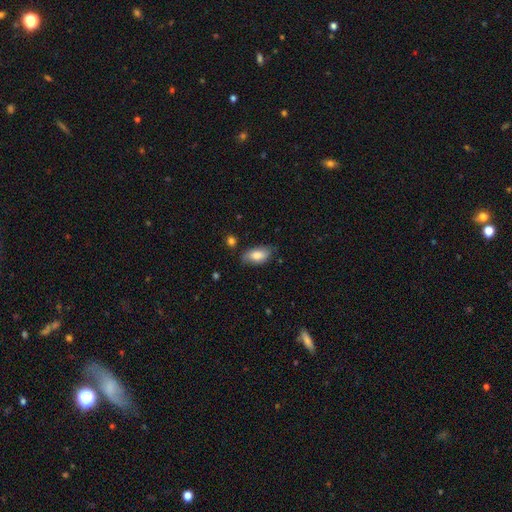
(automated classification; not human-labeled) smooth 77%, featured or disk 16%, star or artifact 7%. Down the decision tree: how rounded — in between (91%); merging — none (73%).